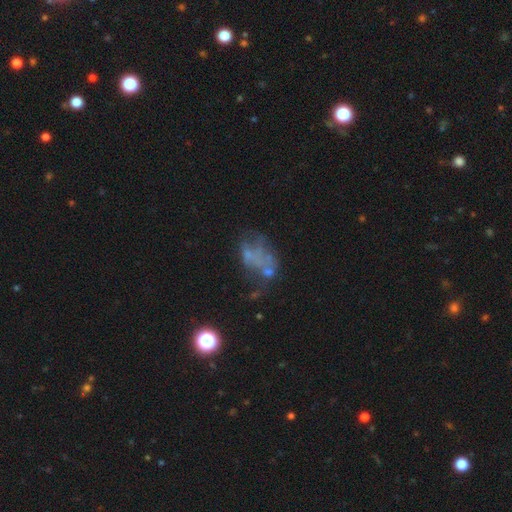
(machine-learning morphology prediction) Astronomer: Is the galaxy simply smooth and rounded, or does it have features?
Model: featured or disk — 47% (runner-up: smooth, 27%).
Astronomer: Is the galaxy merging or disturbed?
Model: none — 36% (runner-up: major disturbance, 31%).